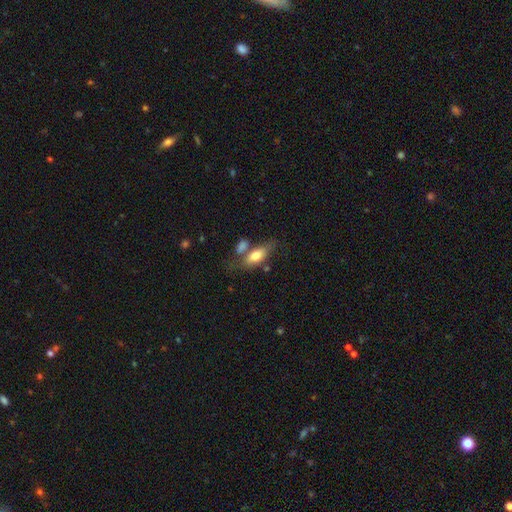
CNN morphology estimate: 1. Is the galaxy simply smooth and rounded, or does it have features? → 70% smooth, 23% featured or disk, 7% star or artifact.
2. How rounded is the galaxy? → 80% in between, 16% cigar-shaped, 4% round.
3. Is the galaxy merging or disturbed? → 48% none, 27% merger, 18% minor disturbance, 8% major disturbance.